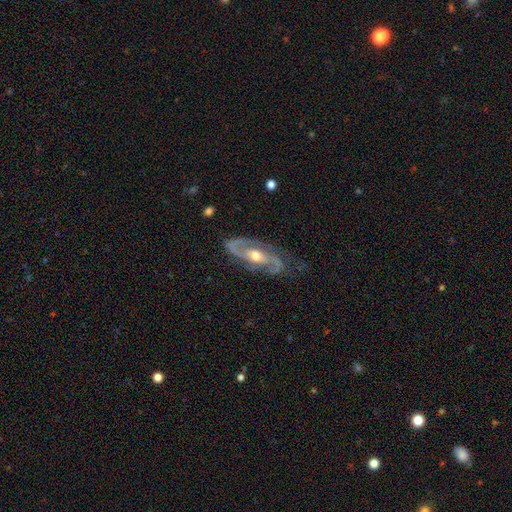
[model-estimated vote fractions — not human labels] Q: Smooth or featured?
A: featured or disk (91%); runner-up: smooth (5%)
Q: Edge-on disk?
A: no (94%); runner-up: yes (6%)
Q: Bar?
A: no (49%); runner-up: weak (32%)
Q: Spiral arms?
A: yes (97%); runner-up: no (3%)
Q: Spiral winding?
A: medium (53%); runner-up: tight (30%)
Q: Spiral arm count?
A: 2 (90%); runner-up: can't tell (3%)
Q: Bulge size?
A: moderate (75%); runner-up: small (17%)
Q: Merging?
A: none (76%); runner-up: minor disturbance (16%)